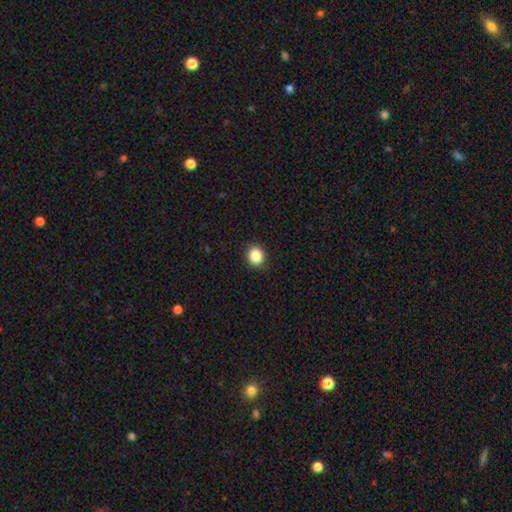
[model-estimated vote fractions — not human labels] This is clearly a smooth galaxy (86%). How rounded: likely round (78%). Merging: clearly none (88%).